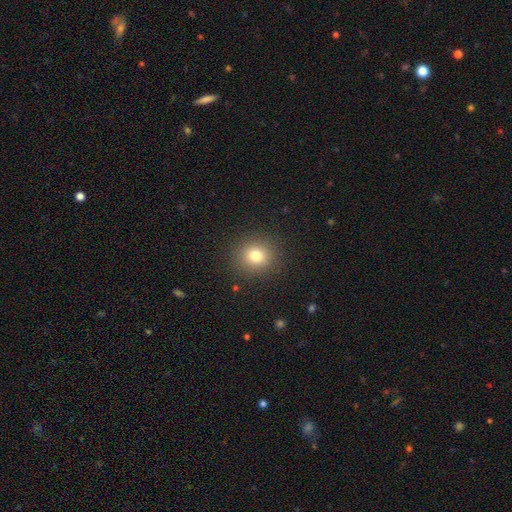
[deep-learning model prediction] A smooth galaxy with no disk features (78%) that is round (88%). Merging: none (90%).